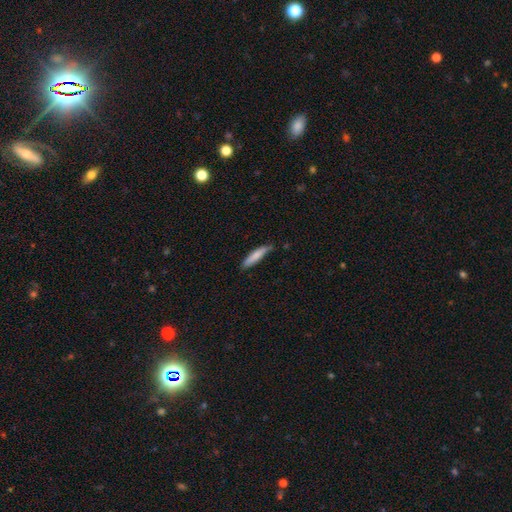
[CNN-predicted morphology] Overall: smooth (79%). How rounded: cigar-shaped (84%). Merging: none (73%).